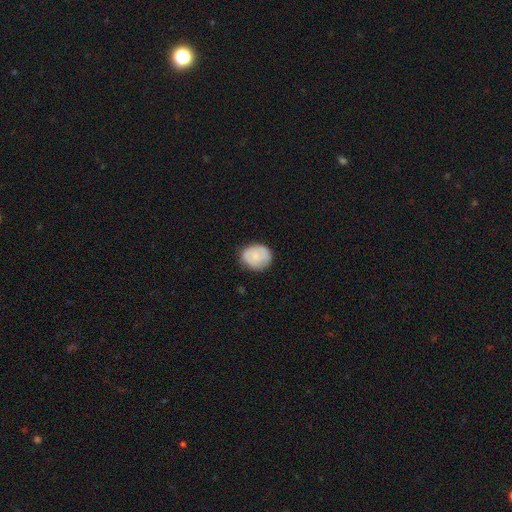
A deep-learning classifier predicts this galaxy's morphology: A smooth galaxy with no disk features (75%) that is round (64%). Merging: none (77%).